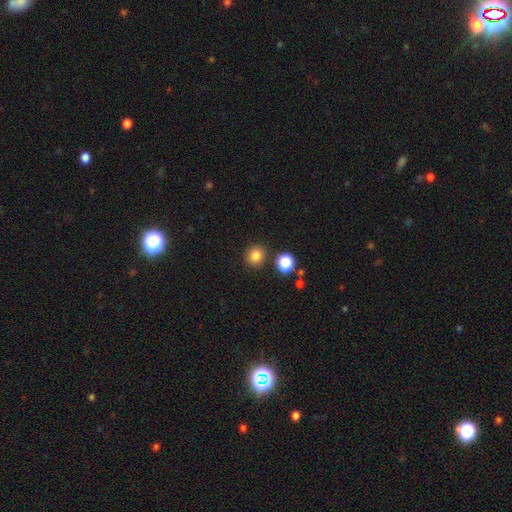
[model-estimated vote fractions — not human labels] The model was most divided on "smooth or featured": smooth: 81%, star or artifact: 14%, featured or disk: 5%. More confident: merging — none (86%); how rounded — round (86%).